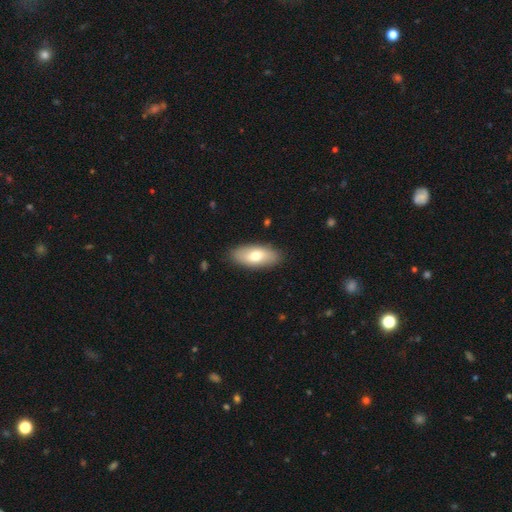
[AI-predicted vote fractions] The model was most divided on "smooth or featured": smooth: 72%, featured or disk: 22%, star or artifact: 6%. More confident: how rounded — in between (88%); merging — none (87%).